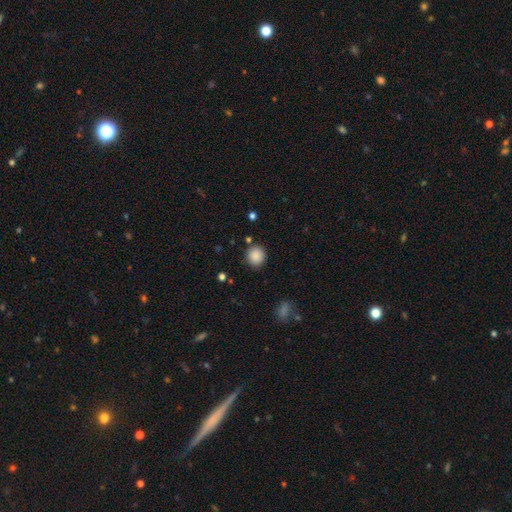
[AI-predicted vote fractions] This is clearly a smooth galaxy (88%). How rounded: clearly round (89%). Merging: clearly none (87%).